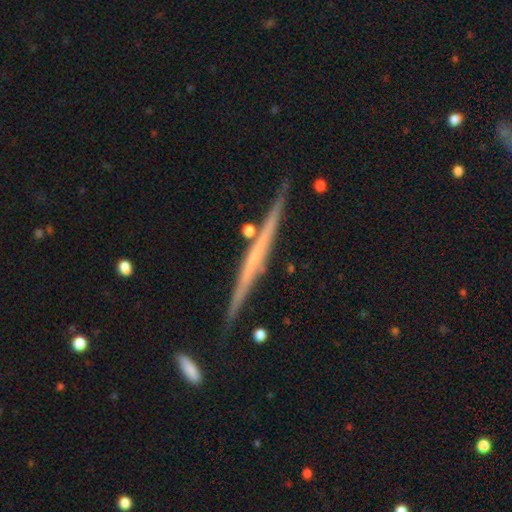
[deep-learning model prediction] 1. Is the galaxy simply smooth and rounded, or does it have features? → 73% featured or disk, 21% smooth, 6% star or artifact.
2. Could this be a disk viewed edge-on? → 97% yes, 3% no.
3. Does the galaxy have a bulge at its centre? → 77% none, 15% rounded, 8% boxy.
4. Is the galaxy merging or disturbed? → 84% none, 11% minor disturbance, 3% merger, 2% major disturbance.